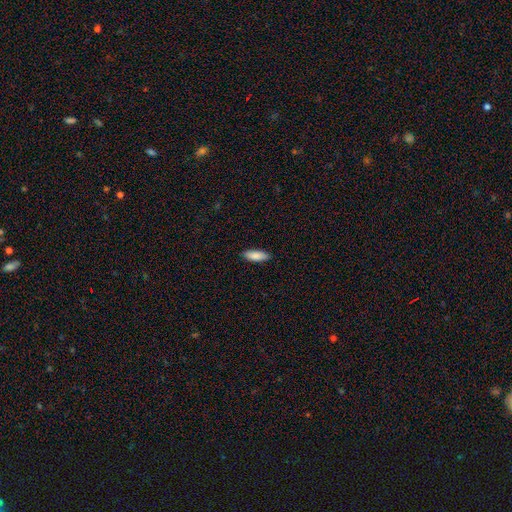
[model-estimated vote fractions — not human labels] Morphology: type=smooth (87%); roundness=in between (69%); merging=none (88%).